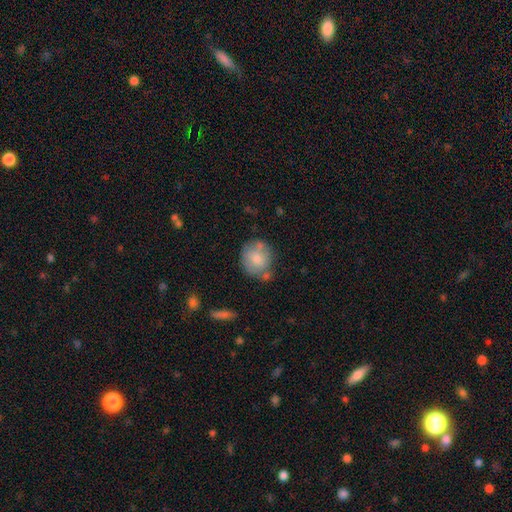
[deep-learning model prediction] Smooth or featured?
  - smooth: 71% *
  - featured or disk: 21%
  - star or artifact: 7%
How rounded?
  - round: 80% *
  - in between: 19%
  - cigar-shaped: 1%
Merging?
  - none: 61% *
  - minor disturbance: 21%
  - merger: 11%
  - major disturbance: 6%